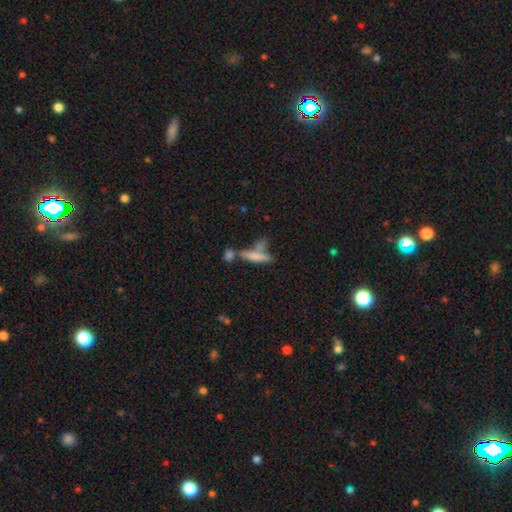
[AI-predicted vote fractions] smooth_or_featured: smooth (p=0.66) [alt: featured or disk p=0.25]
how_rounded: cigar-shaped (p=0.80) [alt: in between p=0.18]
merging: none (p=0.47) [alt: merger p=0.33]